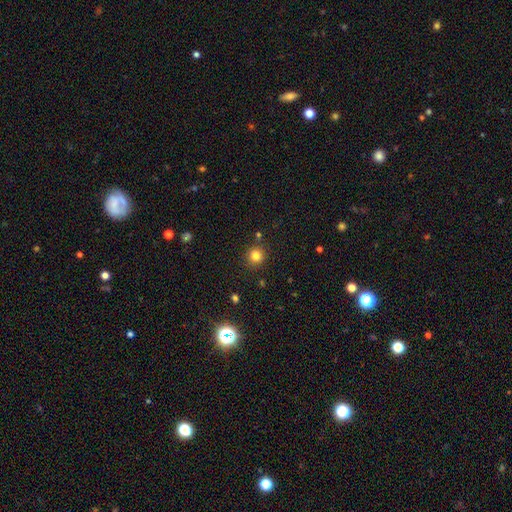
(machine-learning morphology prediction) This is clearly a smooth galaxy (81%). How rounded: clearly round (93%). Merging: clearly none (88%).